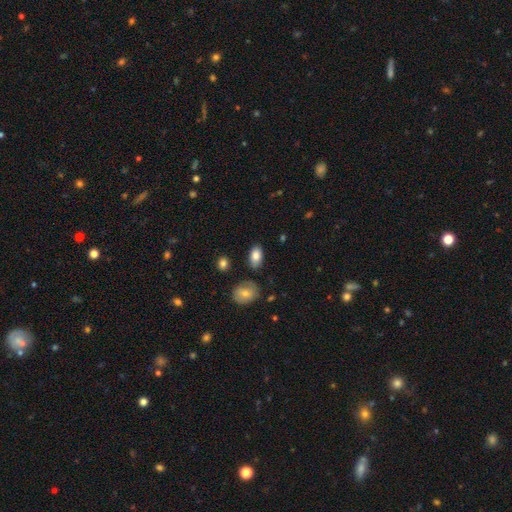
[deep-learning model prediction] This is clearly a smooth galaxy (83%). How rounded: clearly in between (91%). Merging: clearly none (81%).